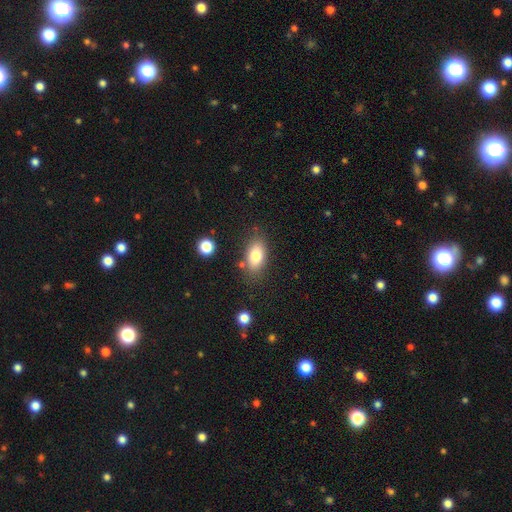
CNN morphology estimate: The model was most divided on "merging": none: 79%, minor disturbance: 13%, merger: 4%, major disturbance: 4%. More confident: how rounded — in between (89%); smooth or featured — smooth (80%).